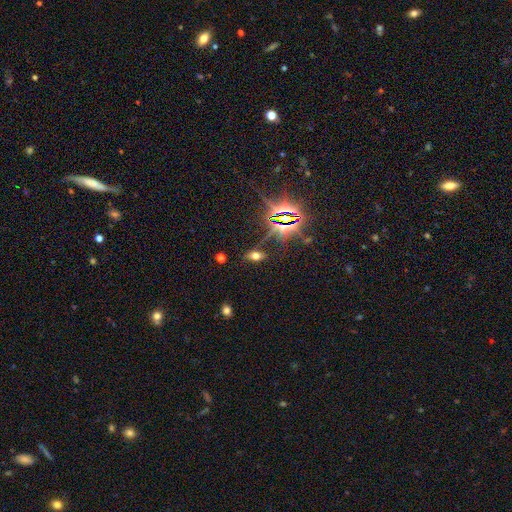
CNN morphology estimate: This appears to be a smooth galaxy with no disk features (46%). Merging: none (79%).